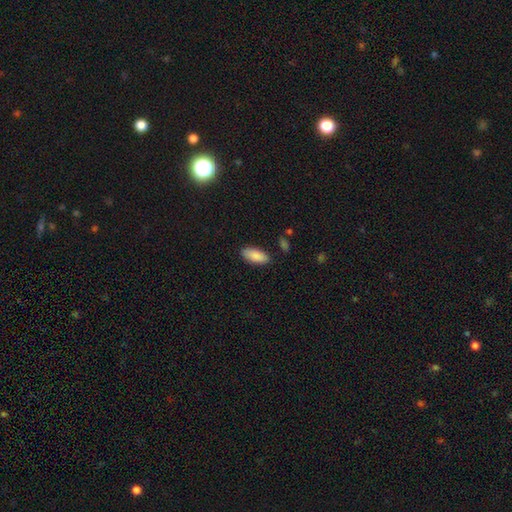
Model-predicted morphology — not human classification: smooth 88%, featured or disk 6%, star or artifact 6%. Down the decision tree: how rounded — in between (88%); merging — none (85%).